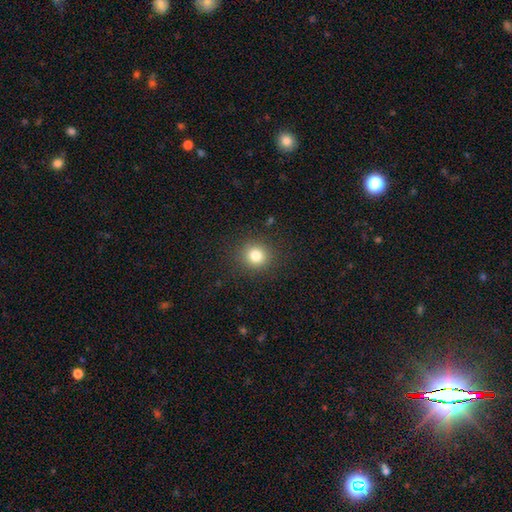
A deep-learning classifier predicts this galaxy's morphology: Smooth or featured: smooth — 81% (star or artifact — 13%)
How rounded: round — 89% (in between — 10%)
Merging: none — 90% (minor disturbance — 7%)